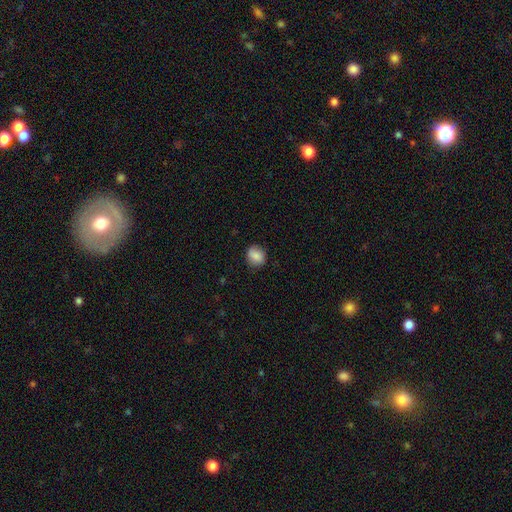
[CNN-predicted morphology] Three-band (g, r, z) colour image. It shows a smooth galaxy with no disk features (83%) that is round (69%). Merging: none (83%).